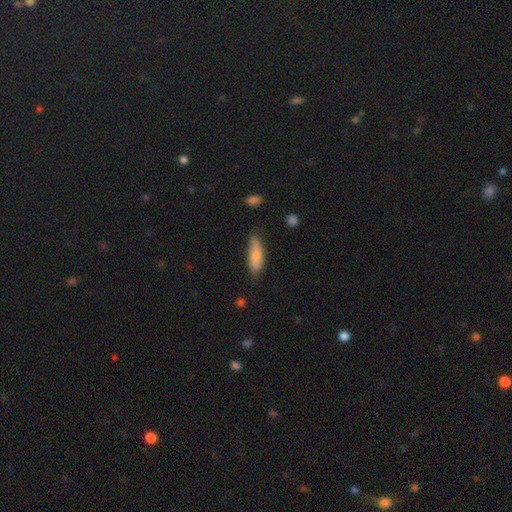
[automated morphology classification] The model was most divided on "how rounded": in between: 55%, cigar-shaped: 44%, round: 2%. More confident: smooth or featured — smooth (82%); merging — none (69%).